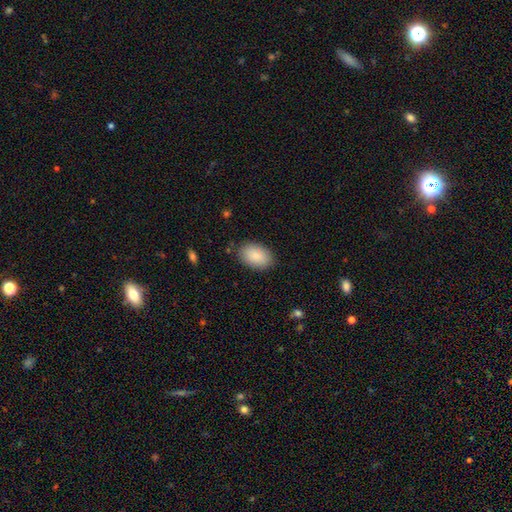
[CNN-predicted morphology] type=smooth (88%); roundness=in between (90%); merging=none (85%).